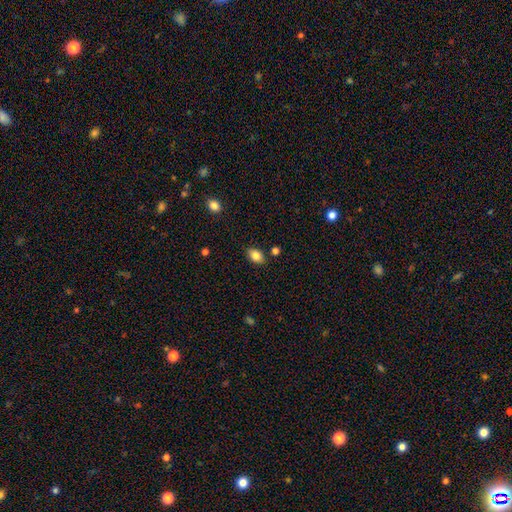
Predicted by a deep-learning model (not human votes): smooth-or-featured: smooth: 84% | star or artifact: 9% | featured or disk: 7%
  how-rounded: in between: 85% | round: 14% | cigar-shaped: 1%
  merging: none: 83% | minor disturbance: 11% | merger: 3% | major disturbance: 2%